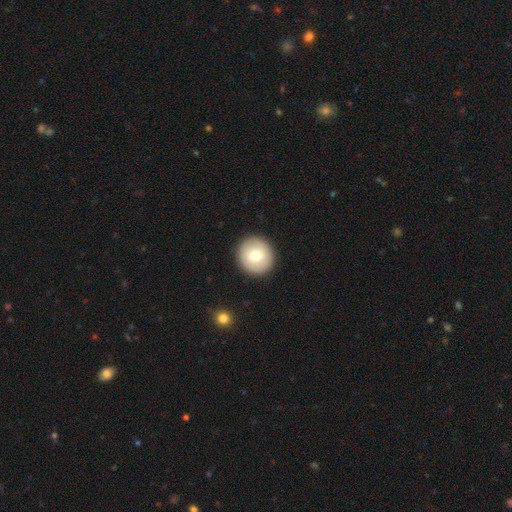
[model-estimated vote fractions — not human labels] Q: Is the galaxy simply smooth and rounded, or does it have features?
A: smooth — 72%.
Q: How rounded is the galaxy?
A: round — 93%.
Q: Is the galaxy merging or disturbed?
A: none — 92%.